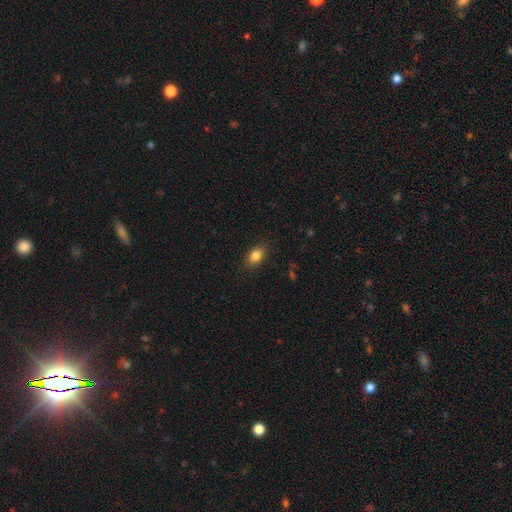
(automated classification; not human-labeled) A smooth galaxy with no disk features (84%) that is in between round and cigar-shaped (82%).

Vote fractions:
- Smooth or featured? smooth: 84% / star or artifact: 9% / featured or disk: 7%
- How rounded? in between: 82% / round: 15% / cigar-shaped: 3%
- Merging? none: 87% / minor disturbance: 10% / major disturbance: 2% / merger: 1%